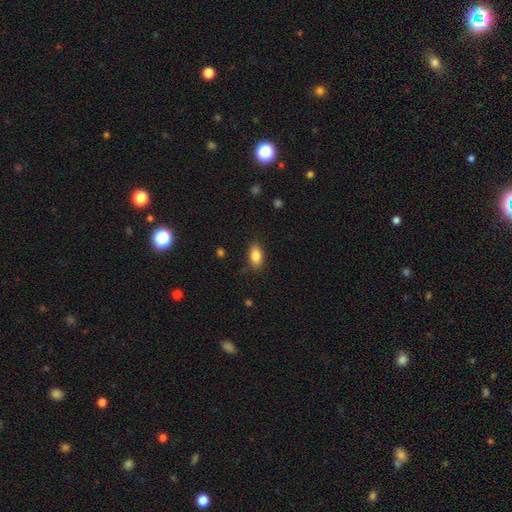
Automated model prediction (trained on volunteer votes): Q: Smooth or featured?
A: smooth (85%); runner-up: star or artifact (8%)
Q: How rounded?
A: in between (89%); runner-up: round (6%)
Q: Merging?
A: none (84%); runner-up: minor disturbance (12%)